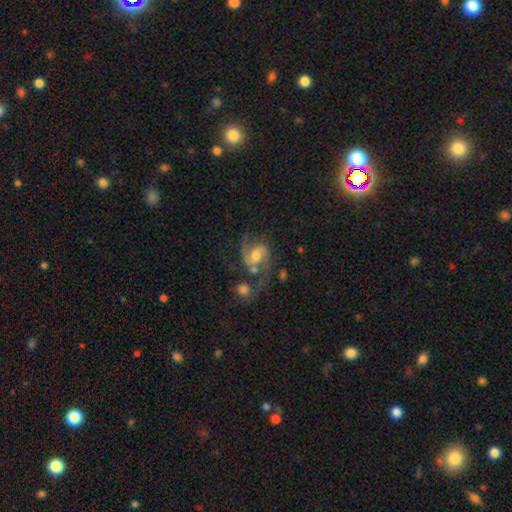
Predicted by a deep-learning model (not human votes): Smooth or featured? featured or disk (85%)
Edge-on disk? no (98%)
Bar? weak (45%)
Spiral arms? yes (96%)
Spiral winding? medium (56%)
Spiral arm count? 2 (91%)
Bulge size? moderate (61%)
Merging? none (45%)